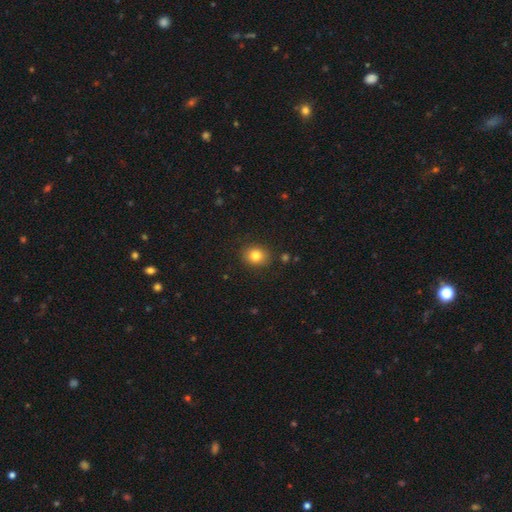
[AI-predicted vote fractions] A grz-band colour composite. It shows a smooth galaxy with no disk features (81%) that is round (63%). Merging: none (88%).